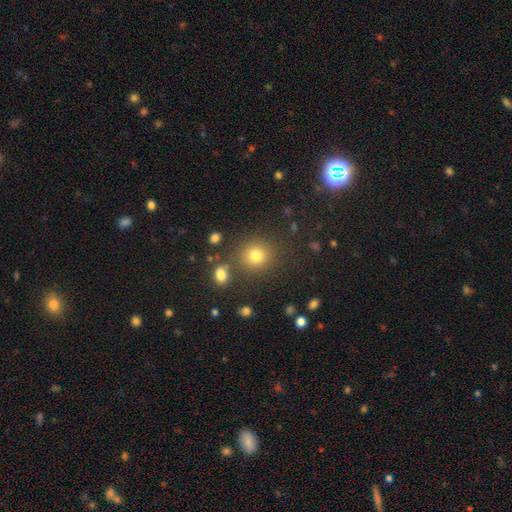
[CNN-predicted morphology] Smooth or featured? smooth (79%)
How rounded? round (86%)
Merging? none (81%)